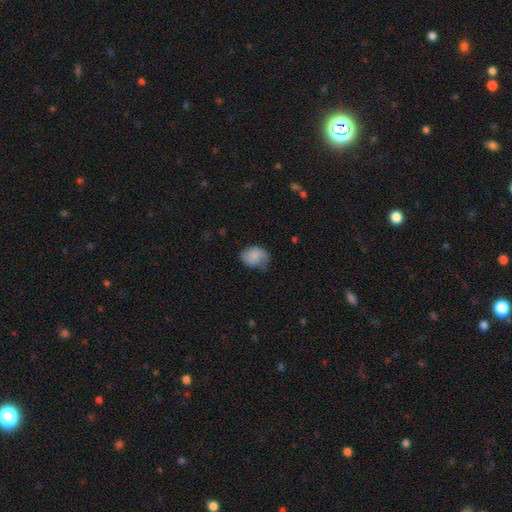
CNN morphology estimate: type=smooth (79%); roundness=in between (56%); merging=none (50%).